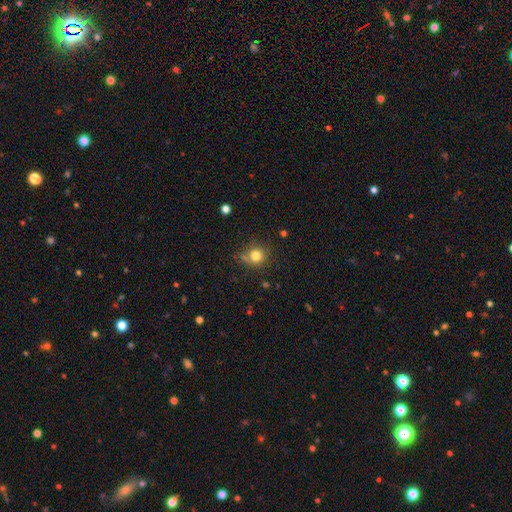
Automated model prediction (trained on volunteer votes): This is likely a smooth galaxy (79%). How rounded: clearly round (89%). Merging: likely none (71%).